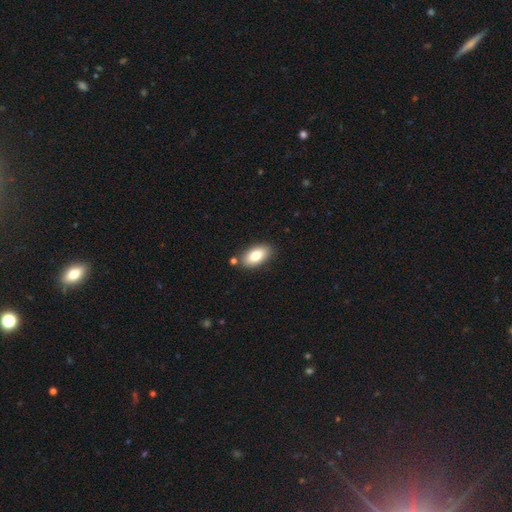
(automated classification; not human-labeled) The model was most divided on "smooth or featured": smooth: 81%, featured or disk: 12%, star or artifact: 7%. More confident: how rounded — in between (92%); merging — none (81%).